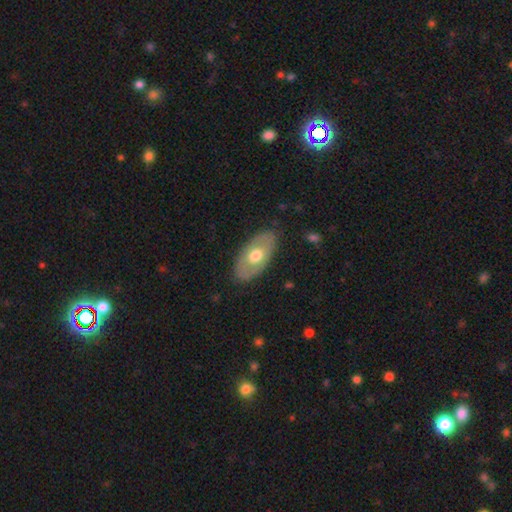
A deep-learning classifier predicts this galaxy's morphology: type=smooth (52%); roundness=in between (92%); merging=none (83%).